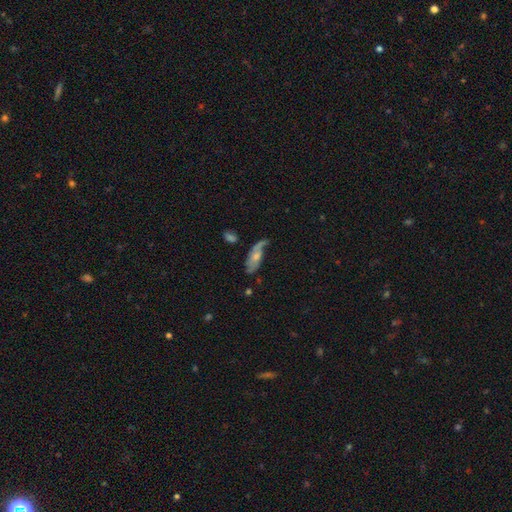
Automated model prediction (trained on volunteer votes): Smooth or featured? Predicted: featured or disk (p=0.58). Edge-on disk? Predicted: no (p=0.85). Merging? Predicted: none (p=0.40).